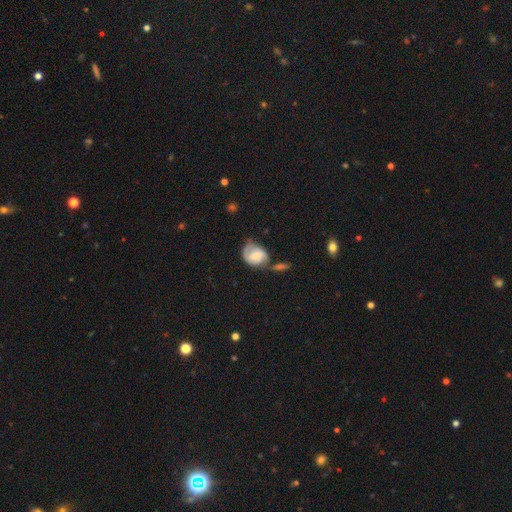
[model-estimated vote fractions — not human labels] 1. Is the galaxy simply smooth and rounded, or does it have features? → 50% smooth, 43% featured or disk, 7% star or artifact.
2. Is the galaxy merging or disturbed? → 31% none, 28% minor disturbance, 22% merger, 19% major disturbance.